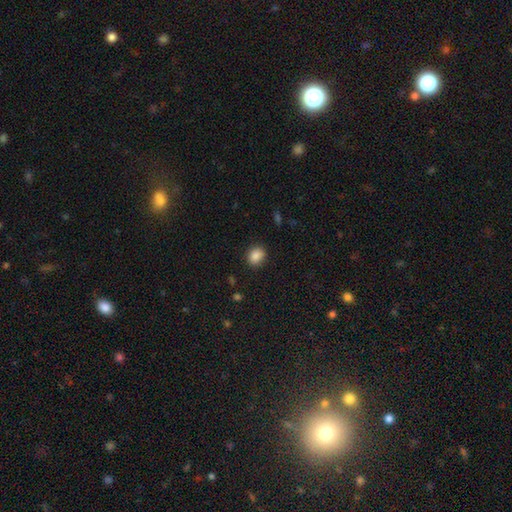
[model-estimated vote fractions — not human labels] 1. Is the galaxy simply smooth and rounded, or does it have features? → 87% smooth, 9% star or artifact, 4% featured or disk.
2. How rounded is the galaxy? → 56% round, 43% in between, 1% cigar-shaped.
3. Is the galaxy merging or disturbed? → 86% none, 10% minor disturbance, 3% major disturbance, 1% merger.